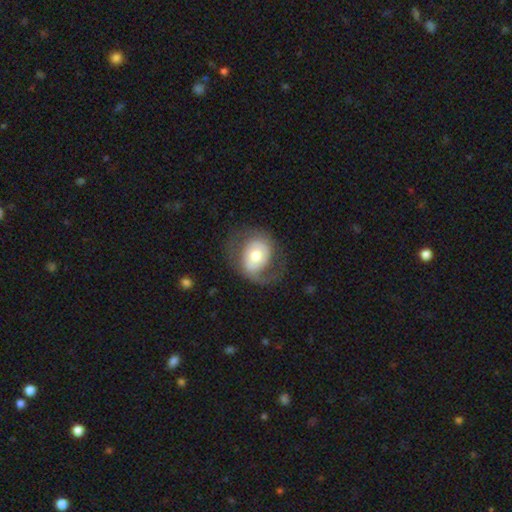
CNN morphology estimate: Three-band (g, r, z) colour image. It shows a featured or disk galaxy (53%) with no bar (61%), spiral arms (64%) and a moderate central bulge (62%). Merging: none (59%).